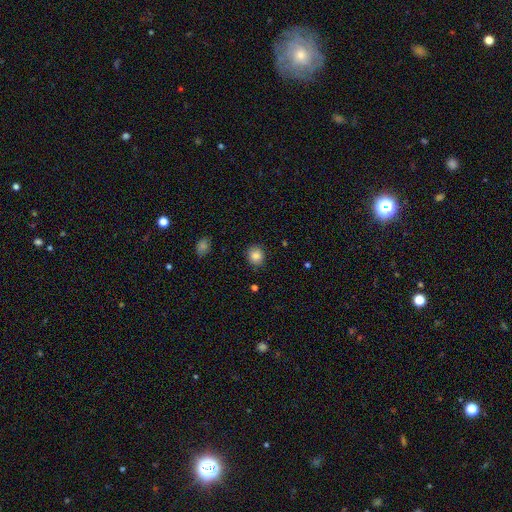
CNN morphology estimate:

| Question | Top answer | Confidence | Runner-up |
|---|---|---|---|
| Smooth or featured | smooth | 85% | star or artifact (10%) |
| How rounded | round | 81% | in between (18%) |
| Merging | none | 88% | minor disturbance (8%) |